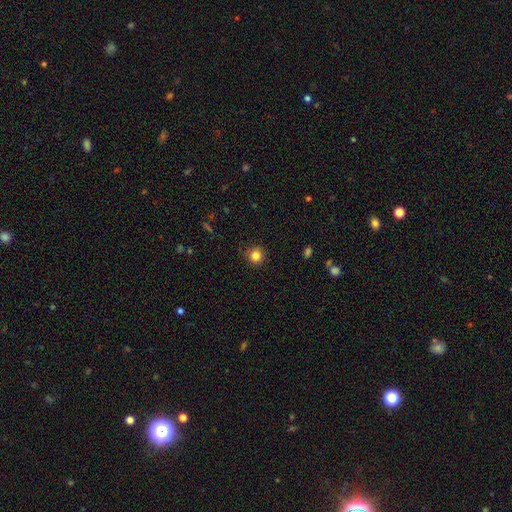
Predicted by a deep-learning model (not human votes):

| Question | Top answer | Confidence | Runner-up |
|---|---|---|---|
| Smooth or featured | smooth | 83% | star or artifact (12%) |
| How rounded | round | 94% | in between (5%) |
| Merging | none | 90% | minor disturbance (7%) |